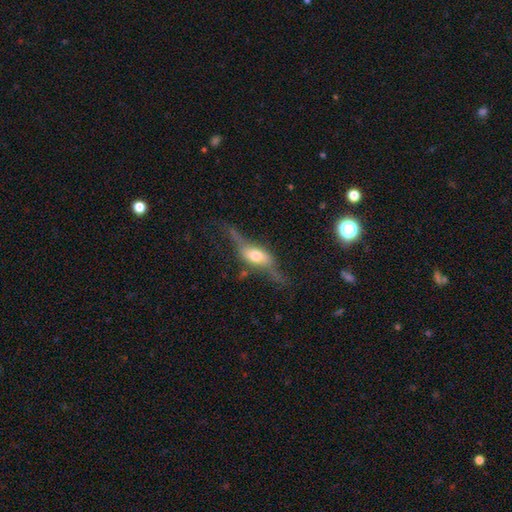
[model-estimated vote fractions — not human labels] Smooth or featured? featured or disk (68%)
Edge-on disk? yes (64%)
Merging? none (50%)